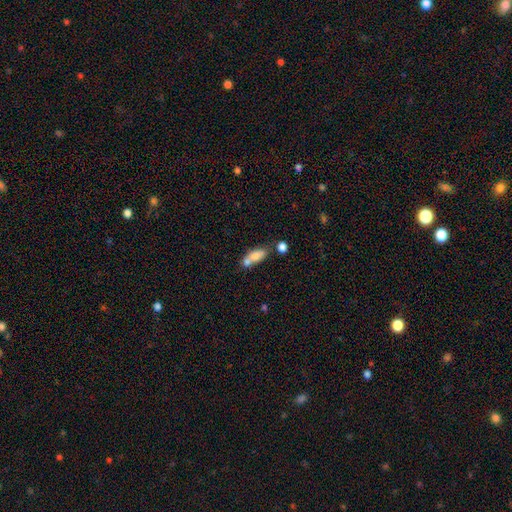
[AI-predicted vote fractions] smooth 73%, featured or disk 18%, star or artifact 9%. Down the decision tree: how rounded — in between (70%); merging — merger (41%).